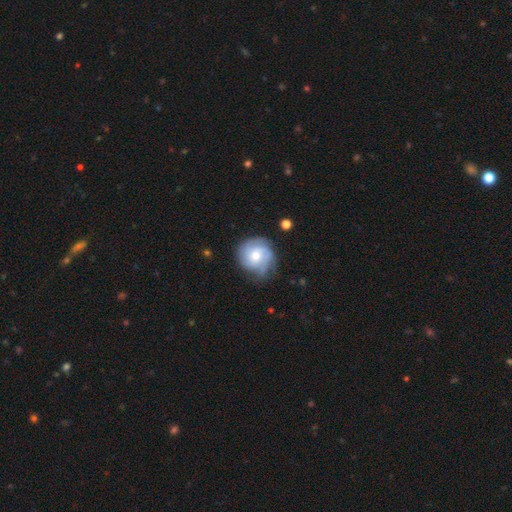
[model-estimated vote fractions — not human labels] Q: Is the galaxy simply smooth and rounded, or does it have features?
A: featured or disk — 65%.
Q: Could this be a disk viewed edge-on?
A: no — 98%.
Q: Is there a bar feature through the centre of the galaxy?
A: no — 74%.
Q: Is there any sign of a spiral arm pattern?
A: yes — 87%.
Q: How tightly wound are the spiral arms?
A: tight — 55%.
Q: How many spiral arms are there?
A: can't tell — 33%.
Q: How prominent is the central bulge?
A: moderate — 52%.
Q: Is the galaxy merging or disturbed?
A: none — 65%.